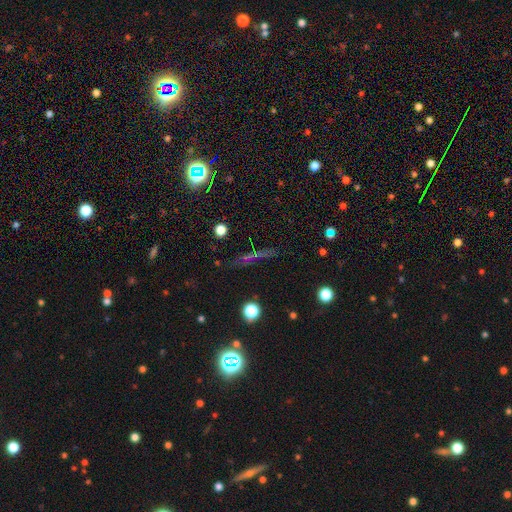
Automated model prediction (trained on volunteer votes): Morphology: type=star or artifact (37%).